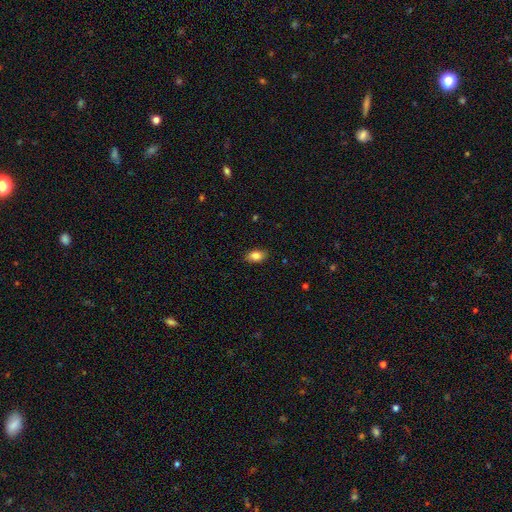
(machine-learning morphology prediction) A smooth galaxy with no disk features (85%) that is in between round and cigar-shaped (90%). Merging: none (87%).